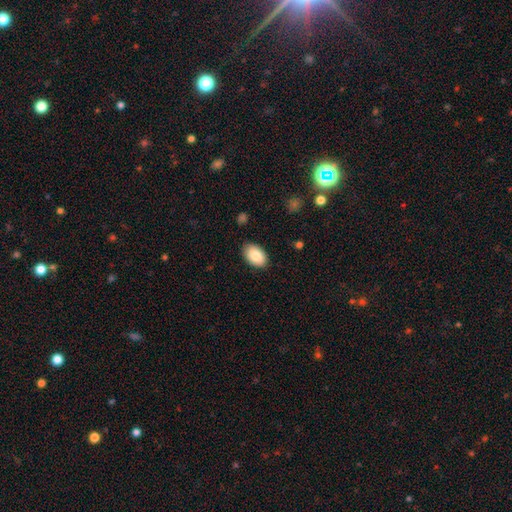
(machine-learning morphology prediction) Q: Smooth or featured?
A: smooth (85%); runner-up: featured or disk (8%)
Q: How rounded?
A: in between (90%); runner-up: round (9%)
Q: Merging?
A: none (84%); runner-up: minor disturbance (12%)